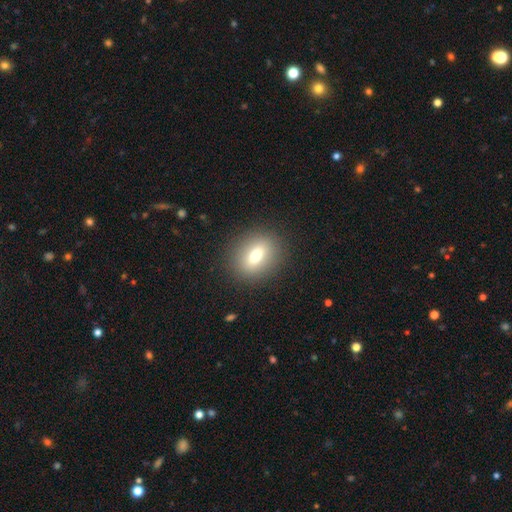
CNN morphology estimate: Q: Smooth or featured?
A: smooth (70%); runner-up: featured or disk (18%)
Q: How rounded?
A: round (49%); tied with: in between (49%)
Q: Merging?
A: none (88%); runner-up: minor disturbance (7%)